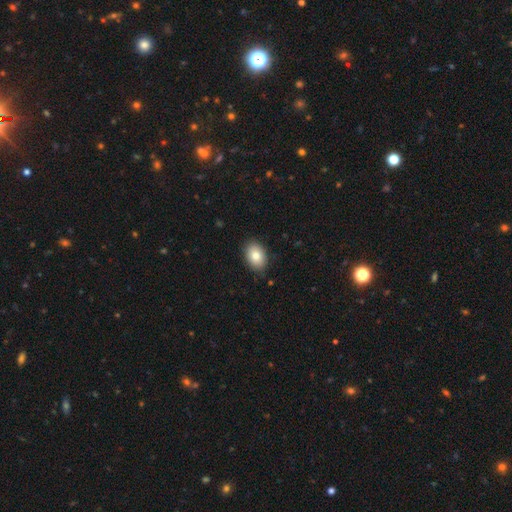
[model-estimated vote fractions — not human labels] smooth-or-featured: smooth: 81% | featured or disk: 11% | star or artifact: 8%
  how-rounded: in between: 79% | round: 20% | cigar-shaped: 1%
  merging: none: 86% | minor disturbance: 10% | major disturbance: 2% | merger: 1%